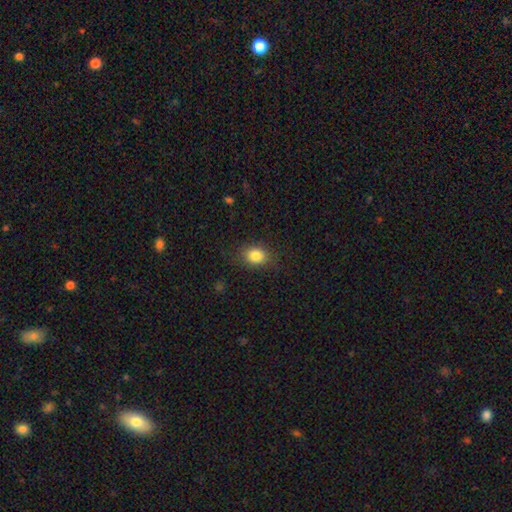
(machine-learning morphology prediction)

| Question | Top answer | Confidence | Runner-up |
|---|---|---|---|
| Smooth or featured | smooth | 83% | star or artifact (10%) |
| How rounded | in between | 58% | round (41%) |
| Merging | none | 83% | minor disturbance (12%) |